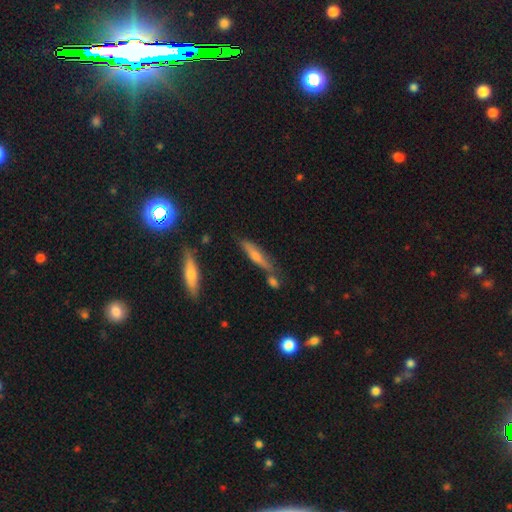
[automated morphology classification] featured or disk 51%, smooth 32%, star or artifact 18%. Down the decision tree: edge-on disk — yes (88%); merging — none (75%).